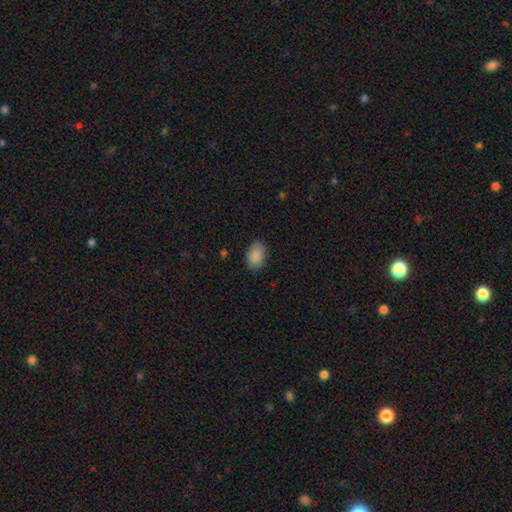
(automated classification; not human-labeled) smooth 89%, star or artifact 8%, featured or disk 4%. Down the decision tree: how rounded — in between (84%); merging — none (84%).